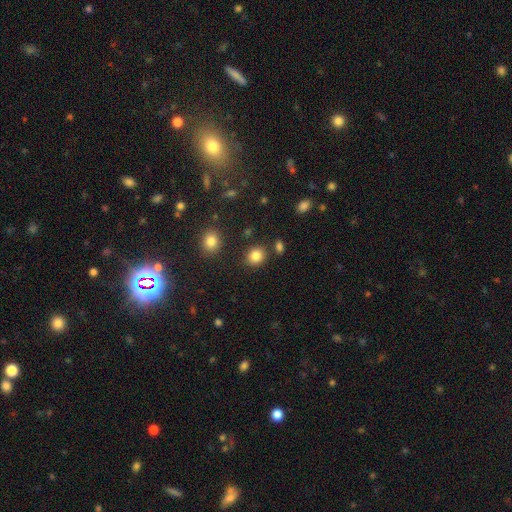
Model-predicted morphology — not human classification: Smooth or featured?
  - smooth: 85% *
  - star or artifact: 10%
  - featured or disk: 4%
How rounded?
  - round: 77% *
  - in between: 22%
  - cigar-shaped: 1%
Merging?
  - none: 84% *
  - minor disturbance: 8%
  - merger: 5%
  - major disturbance: 3%